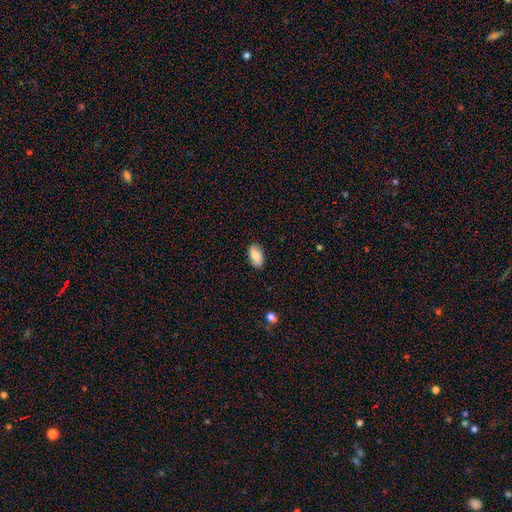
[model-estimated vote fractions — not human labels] This appears to be a smooth galaxy with no disk features (82%) that is in between round and cigar-shaped (94%). Merging: none (86%).